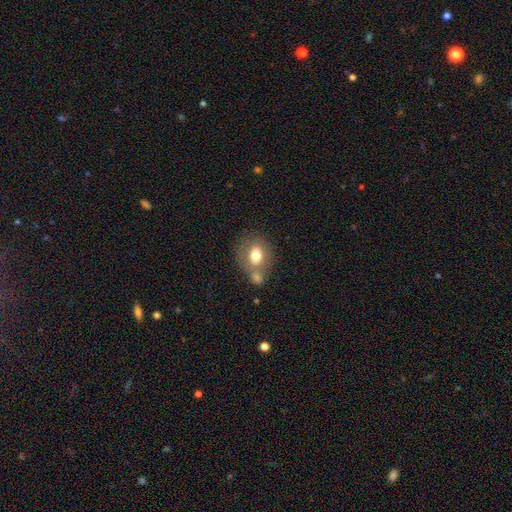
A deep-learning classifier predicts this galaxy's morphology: type=smooth (70%); roundness=in between (50%); merging=none (46%).